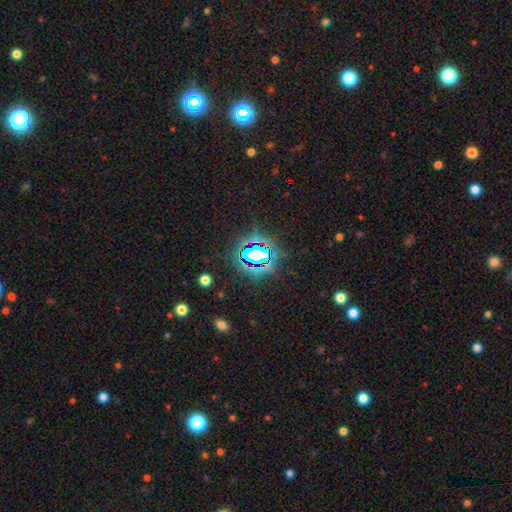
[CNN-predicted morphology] Smooth or featured? Predicted: star or artifact (p=0.75).